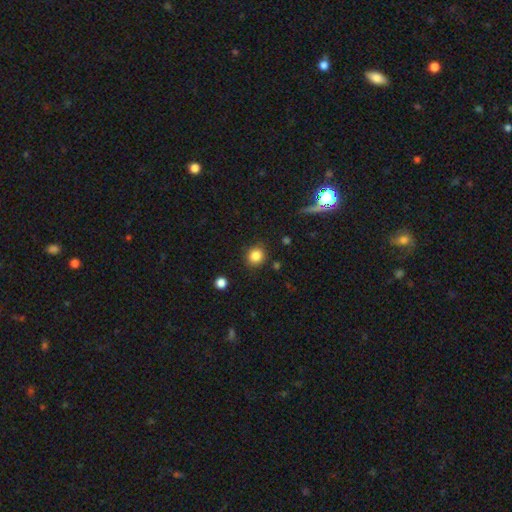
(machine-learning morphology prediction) This is clearly a smooth galaxy (84%). How rounded: clearly round (85%). Merging: clearly none (87%).